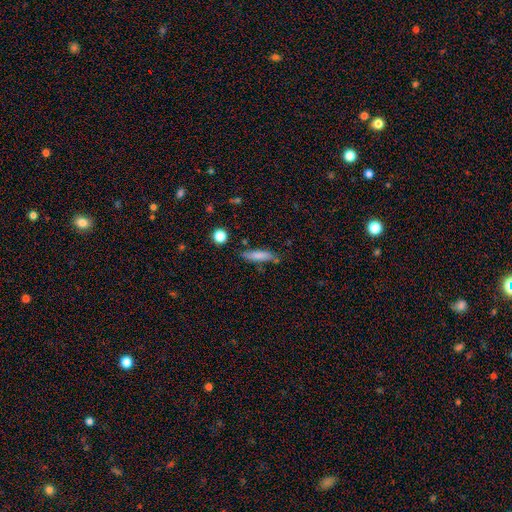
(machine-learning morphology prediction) smooth 66%, featured or disk 23%, star or artifact 11%. Down the decision tree: how rounded — cigar-shaped (79%); merging — none (76%).